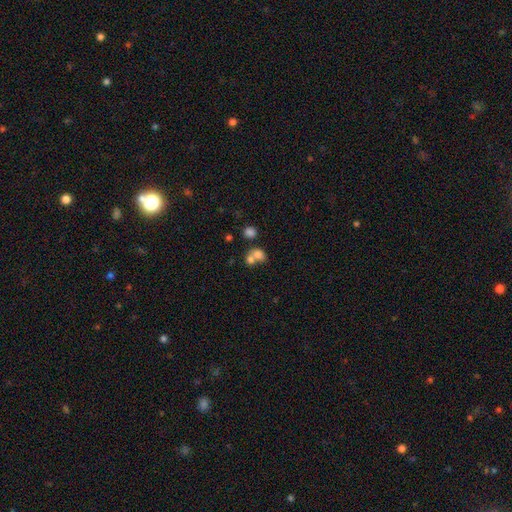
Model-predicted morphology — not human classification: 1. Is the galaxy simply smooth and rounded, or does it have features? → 73% smooth, 15% featured or disk, 12% star or artifact.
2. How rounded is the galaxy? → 51% round, 48% in between, 1% cigar-shaped.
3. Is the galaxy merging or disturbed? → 63% merger, 26% none, 7% minor disturbance, 4% major disturbance.